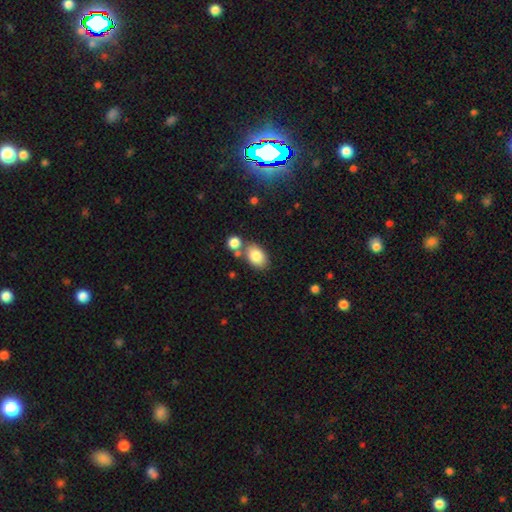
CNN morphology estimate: Smooth or featured? Predicted: smooth (p=0.83). How rounded? Predicted: in between (p=0.85). Merging? Predicted: none (p=0.61).